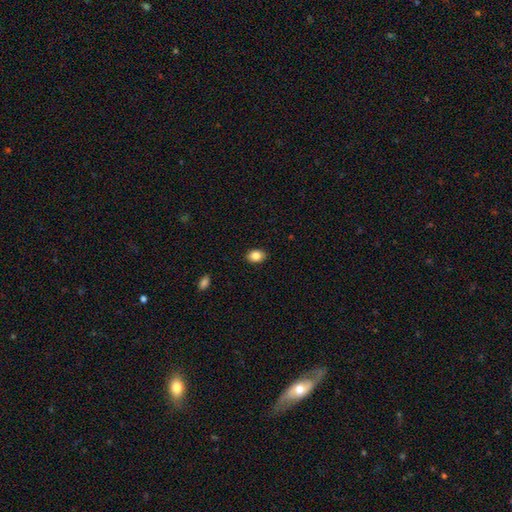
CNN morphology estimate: Smooth or featured? Predicted: smooth (p=0.85). How rounded? Predicted: in between (p=0.69). Merging? Predicted: none (p=0.89).